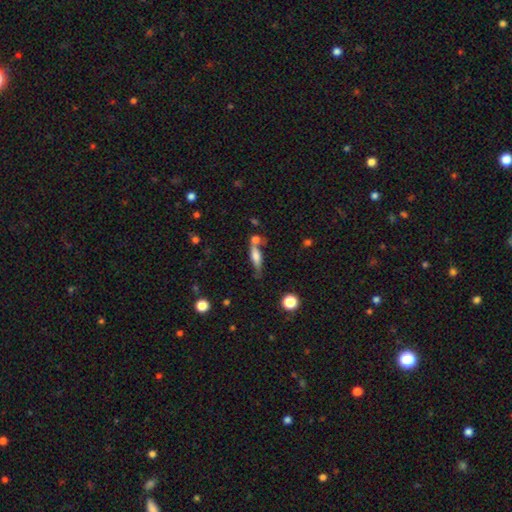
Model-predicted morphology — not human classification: Smooth or featured? smooth (57%)
How rounded? cigar-shaped (60%)
Merging? none (52%)